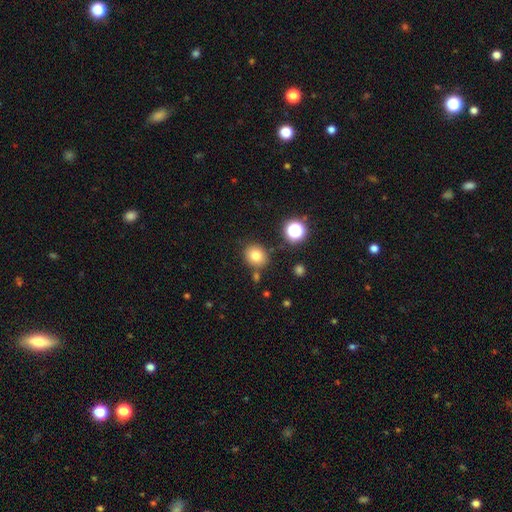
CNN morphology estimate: smooth 78%, star or artifact 13%, featured or disk 8%. Down the decision tree: how rounded — round (78%); merging — none (81%).